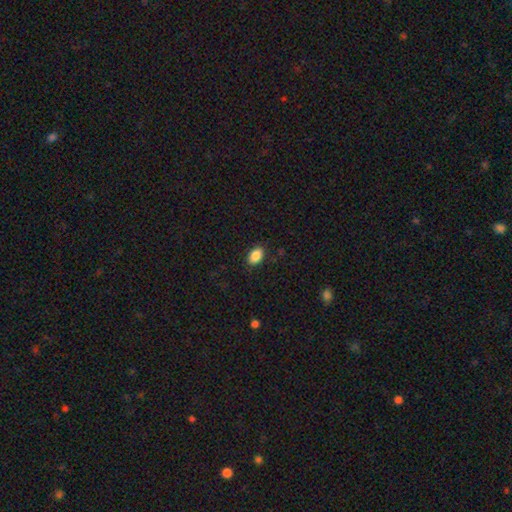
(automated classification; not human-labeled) Smooth or featured? Predicted: smooth (p=0.88). How rounded? Predicted: in between (p=0.88). Merging? Predicted: none (p=0.87).